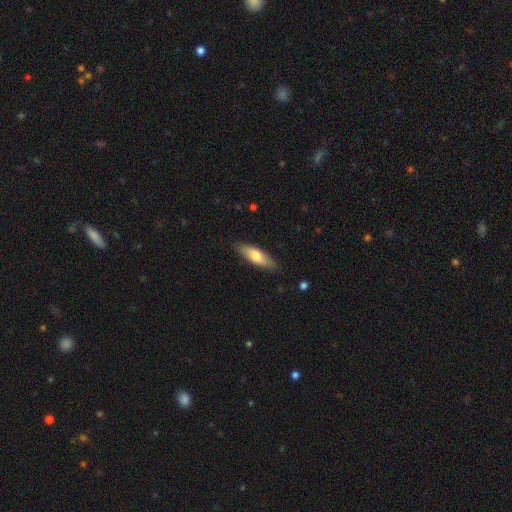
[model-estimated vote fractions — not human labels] smooth 70%, featured or disk 25%, star or artifact 5%. Down the decision tree: how rounded — in between (50%); merging — none (86%).